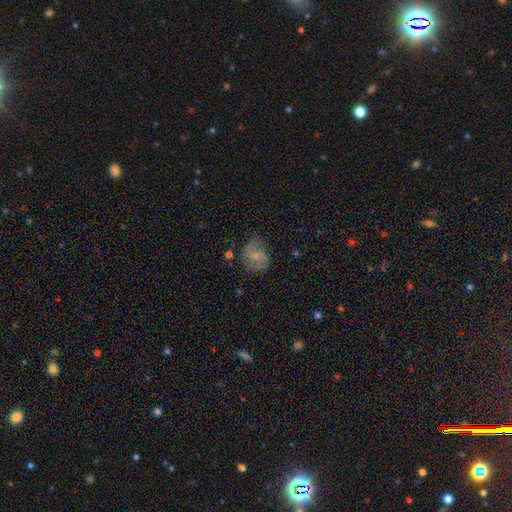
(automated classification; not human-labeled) Smooth or featured? Predicted: smooth (p=0.47). Merging? Predicted: none (p=0.63).